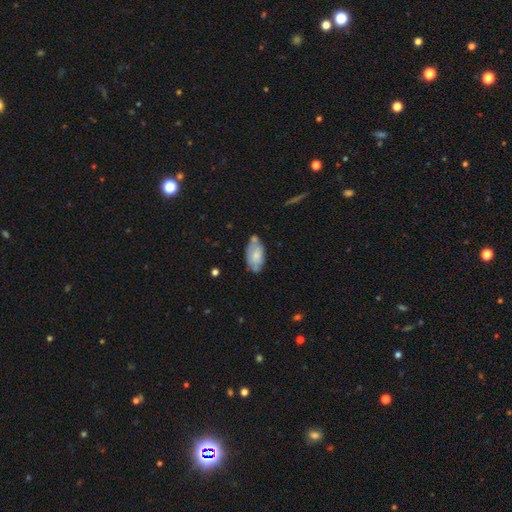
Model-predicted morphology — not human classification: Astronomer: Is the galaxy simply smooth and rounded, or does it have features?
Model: smooth — 64%.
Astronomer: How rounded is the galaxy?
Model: in between — 93%.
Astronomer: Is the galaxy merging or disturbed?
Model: none — 55%.